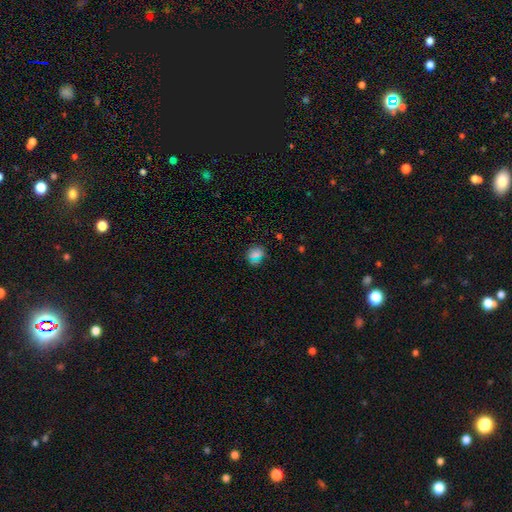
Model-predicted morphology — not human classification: Smooth or featured?
  - smooth: 68% *
  - star or artifact: 26%
  - featured or disk: 7%
How rounded?
  - round: 76% *
  - in between: 21%
  - cigar-shaped: 3%
Merging?
  - none: 83% *
  - minor disturbance: 11%
  - major disturbance: 4%
  - merger: 3%